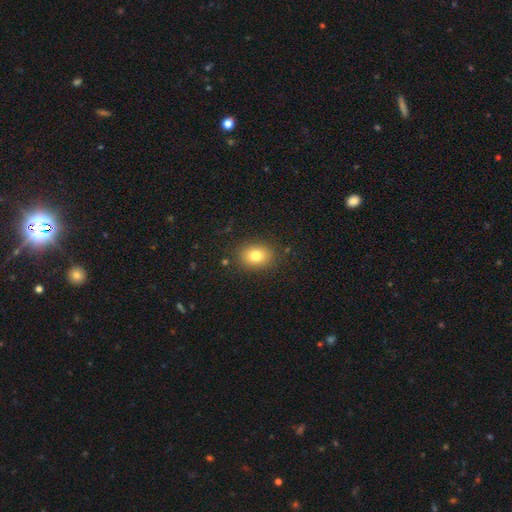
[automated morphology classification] A smooth galaxy with no disk features (79%) that is in between round and cigar-shaped (53%).

Vote fractions:
- Smooth or featured? smooth: 79% / star or artifact: 11% / featured or disk: 10%
- How rounded? in between: 53% / round: 46% / cigar-shaped: 1%
- Merging? none: 86% / minor disturbance: 9% / major disturbance: 3% / merger: 2%